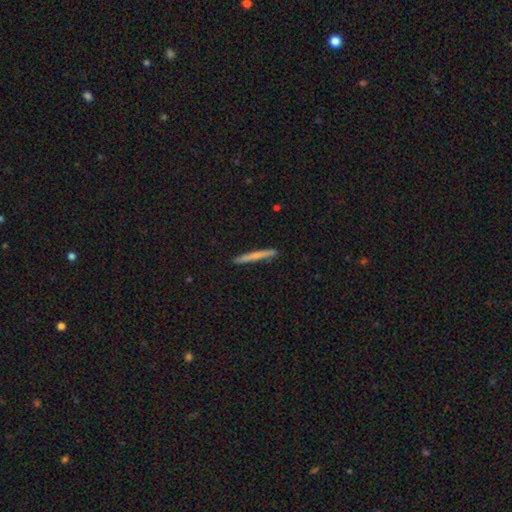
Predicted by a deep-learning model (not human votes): smooth_or_featured: smooth (p=0.60) [alt: featured or disk p=0.34]
how_rounded: cigar-shaped (p=0.96) [alt: in between p=0.02]
merging: none (p=0.90) [alt: minor disturbance p=0.08]